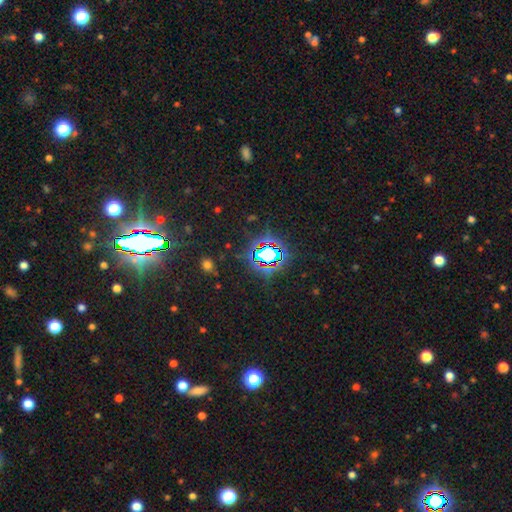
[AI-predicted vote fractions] smooth-or-featured: star or artifact: 75% | smooth: 16% | featured or disk: 9%